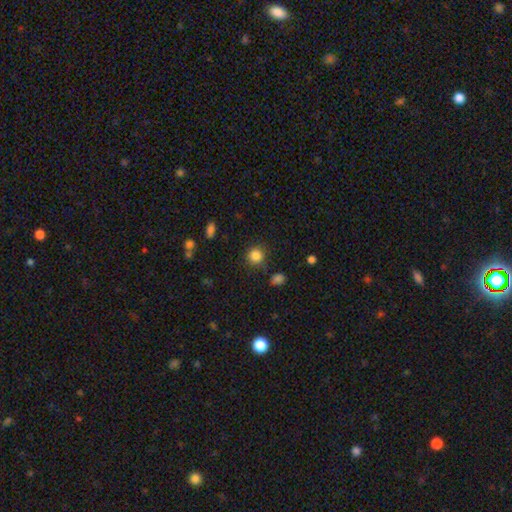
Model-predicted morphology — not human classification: type=smooth (85%); roundness=round (91%); merging=none (83%).